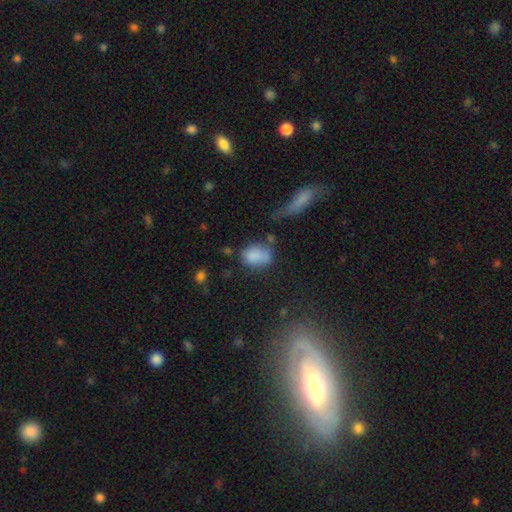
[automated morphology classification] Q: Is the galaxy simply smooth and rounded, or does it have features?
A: smooth — 79%.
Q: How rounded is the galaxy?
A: in between — 76%.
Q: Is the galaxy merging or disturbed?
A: none — 42%.